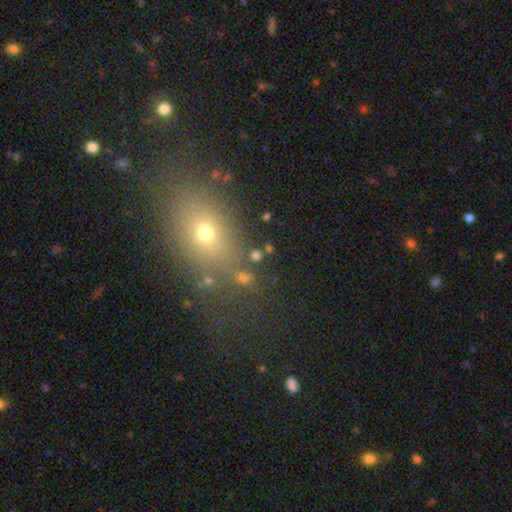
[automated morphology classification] A smooth galaxy with no disk features (66%) that is round (68%). Merging: none (76%).